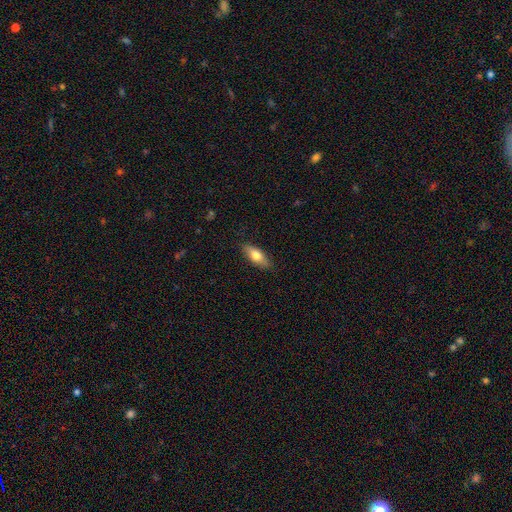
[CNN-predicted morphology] smooth_or_featured: smooth (p=0.70) [alt: featured or disk p=0.23]
how_rounded: in between (p=0.76) [alt: cigar-shaped p=0.21]
merging: none (p=0.85) [alt: minor disturbance p=0.12]